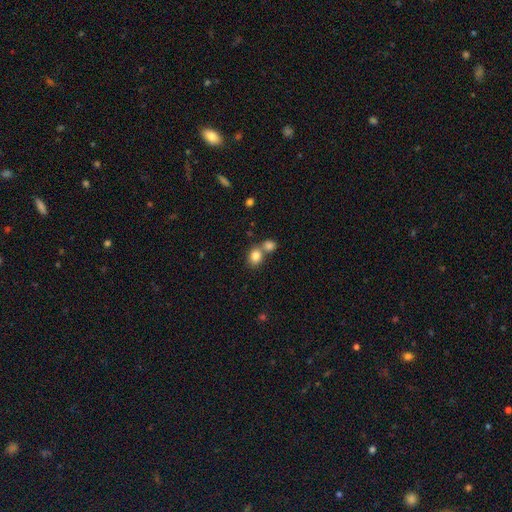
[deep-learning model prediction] smooth_or_featured: smooth (p=0.83) [alt: star or artifact p=0.10]
how_rounded: round (p=0.60) [alt: in between p=0.39]
merging: none (p=0.46) [alt: merger p=0.43]